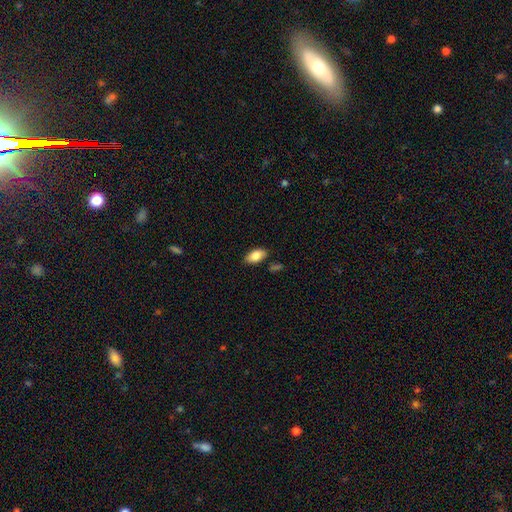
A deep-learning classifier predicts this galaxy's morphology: Q: Smooth or featured?
A: smooth (83%); runner-up: featured or disk (10%)
Q: How rounded?
A: in between (92%); runner-up: round (4%)
Q: Merging?
A: none (83%); runner-up: minor disturbance (12%)